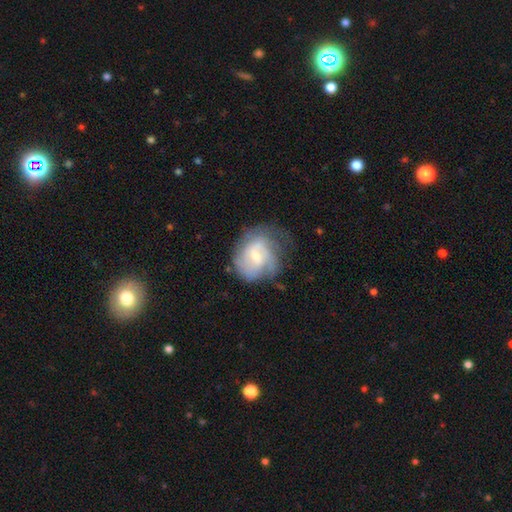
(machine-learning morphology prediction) type=featured or disk (66%); edge-on=no (97%); bar=weak (55%); spiral arms=yes (81%); winding=tight (47%); arm count=can't tell (44%); bulge=small (46%); merging=none (50%).